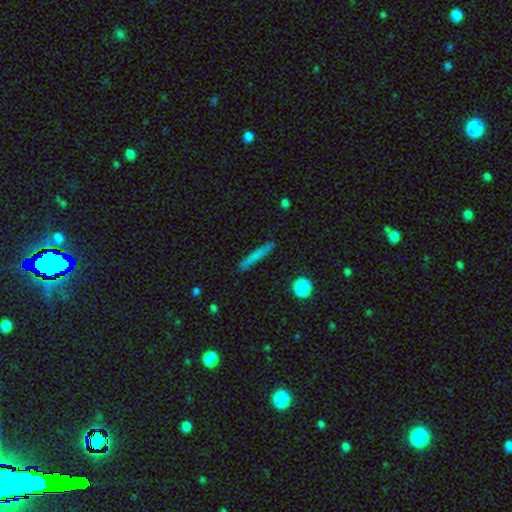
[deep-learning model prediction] This is likely a smooth galaxy (71%). How rounded: clearly cigar-shaped (95%). Merging: clearly none (88%).